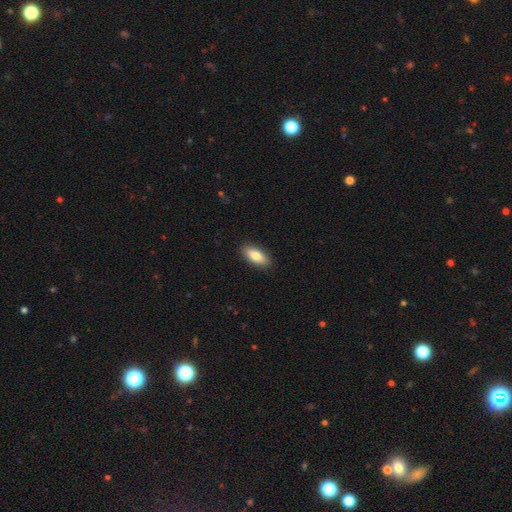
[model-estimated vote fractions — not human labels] A smooth galaxy with no disk features (80%) that is in between round and cigar-shaped (82%). Merging: none (90%).